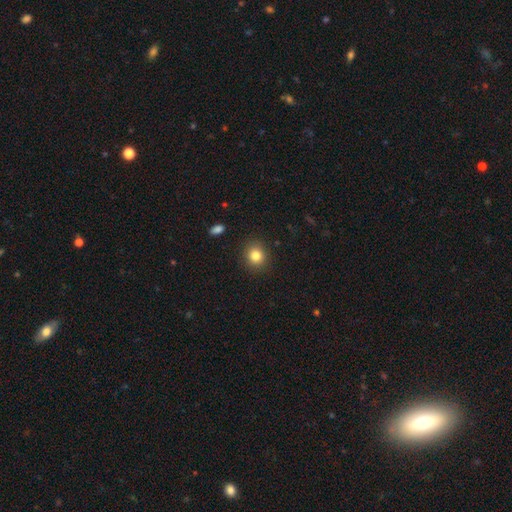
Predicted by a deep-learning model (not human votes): Overall: smooth (83%). How rounded: round (81%). Merging: none (90%).